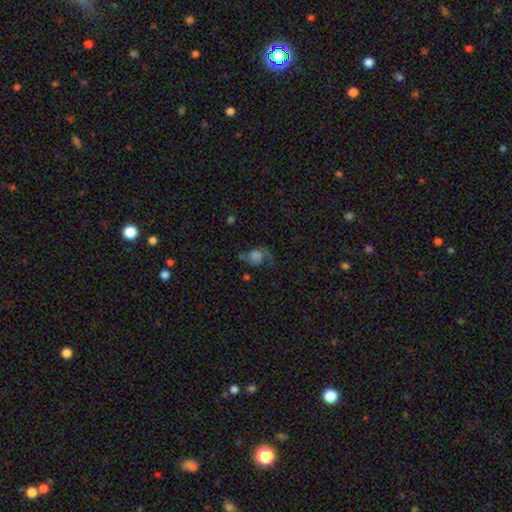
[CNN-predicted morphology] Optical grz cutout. It shows a smooth galaxy with no disk features (45%). Merging: none (37%).